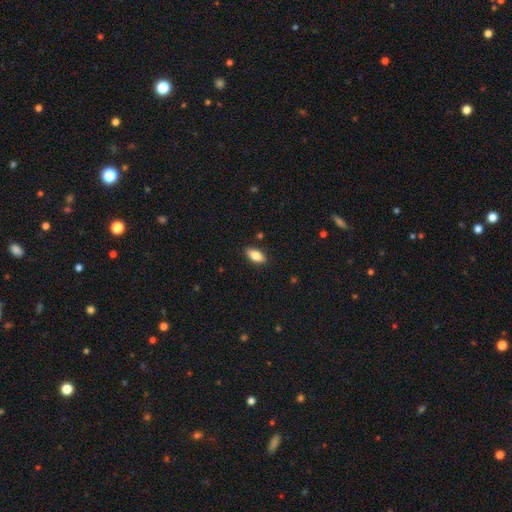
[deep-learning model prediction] Smooth or featured: smooth — 82% (featured or disk — 12%)
How rounded: in between — 88% (cigar-shaped — 9%)
Merging: none — 88% (minor disturbance — 9%)